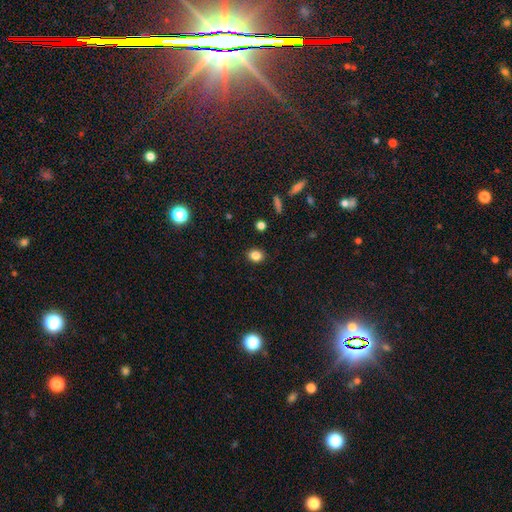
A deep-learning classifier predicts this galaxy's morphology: Smooth or featured? Predicted: smooth (p=0.84). How rounded? Predicted: round (p=0.52). Merging? Predicted: none (p=0.88).